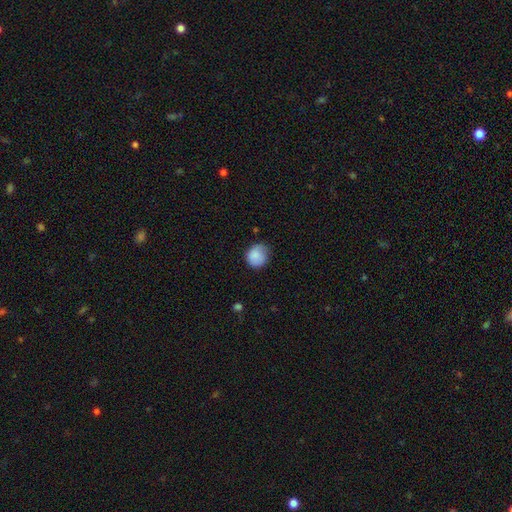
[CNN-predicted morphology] This appears to be a smooth galaxy with no disk features (83%) that is round (78%). Merging: none (62%).